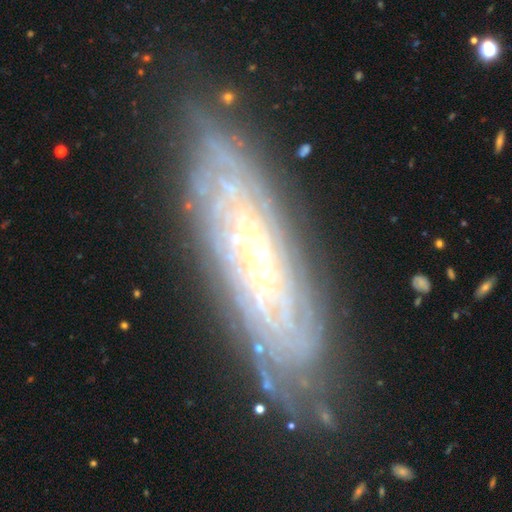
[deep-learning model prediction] smooth_or_featured: featured or disk (p=0.84) [alt: smooth p=0.10]
disk_edge_on: no (p=0.76) [alt: yes p=0.24]
bar: no (p=0.54) [alt: weak p=0.31]
has_spiral_arms: yes (p=0.91) [alt: no p=0.09]
spiral_winding: tight (p=0.83) [alt: medium p=0.14]
spiral_arm_count: can't tell (p=0.59) [alt: more than 4 p=0.15]
bulge_size: moderate (p=0.48) [alt: small p=0.41]
merging: none (p=0.79) [alt: minor disturbance p=0.15]